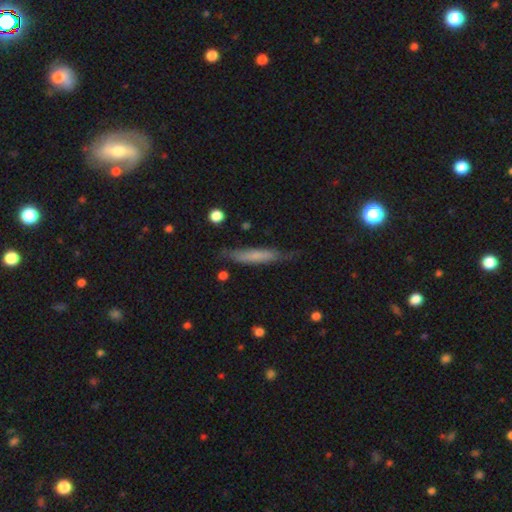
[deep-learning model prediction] smooth_or_featured: smooth (p=0.63) [alt: featured or disk p=0.31]
how_rounded: cigar-shaped (p=0.89) [alt: in between p=0.09]
merging: none (p=0.69) [alt: minor disturbance p=0.23]